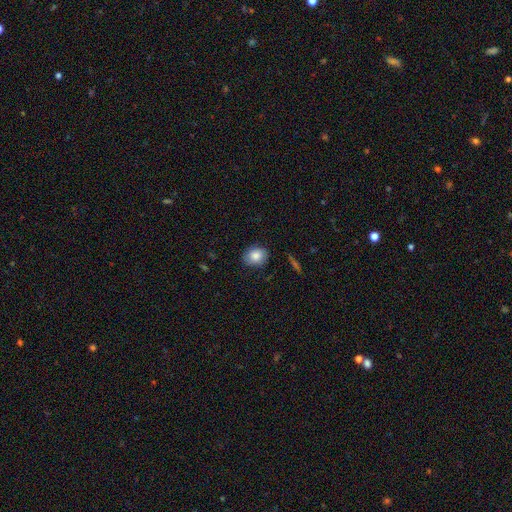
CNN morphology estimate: smooth 82%, featured or disk 10%, star or artifact 8%. Down the decision tree: how rounded — round (52%); merging — none (83%).